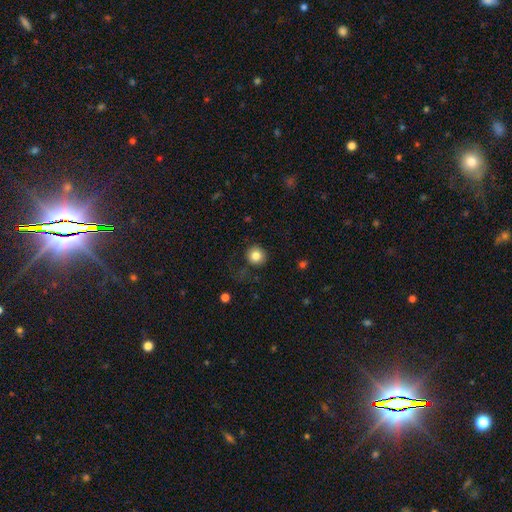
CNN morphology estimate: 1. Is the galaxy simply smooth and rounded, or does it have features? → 83% smooth, 10% star or artifact, 7% featured or disk.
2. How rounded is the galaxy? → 93% round, 6% in between, 1% cigar-shaped.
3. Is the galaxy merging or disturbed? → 83% none, 10% minor disturbance, 5% major disturbance, 1% merger.